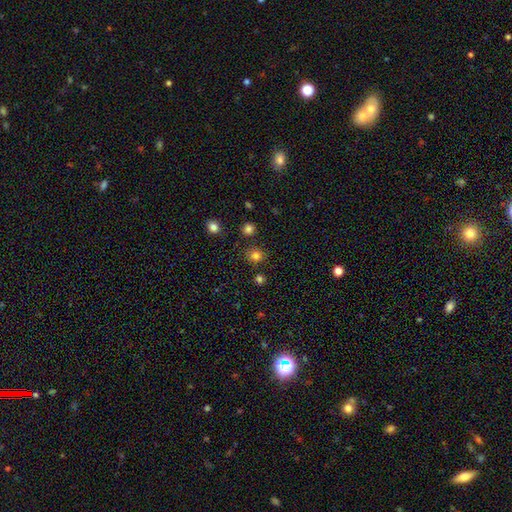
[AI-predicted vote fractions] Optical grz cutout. It shows a smooth galaxy with no disk features (80%) that is round (82%). Merging: none (82%).